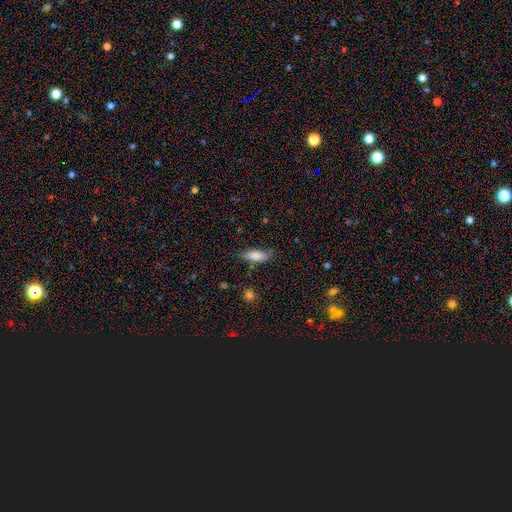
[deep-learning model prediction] Smooth or featured? smooth (83%)
How rounded? in between (71%)
Merging? none (74%)